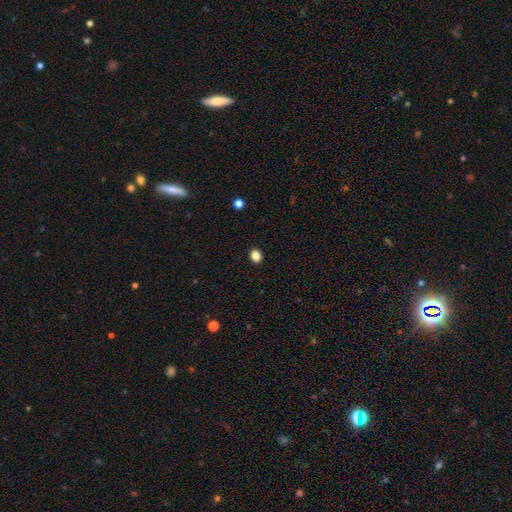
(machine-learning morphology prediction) Smooth or featured: smooth — 86% (star or artifact — 10%)
How rounded: in between — 52% (round — 47%)
Merging: none — 91% (minor disturbance — 6%)